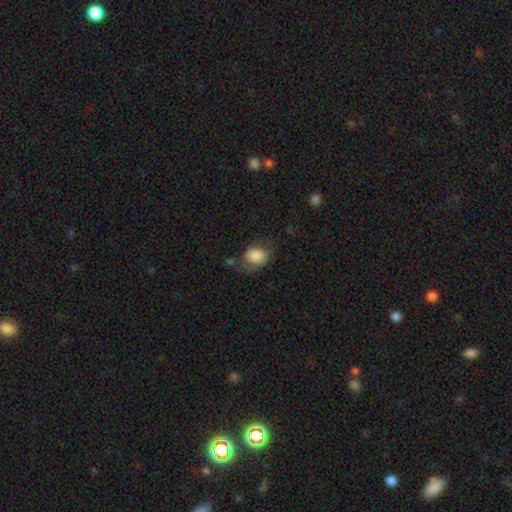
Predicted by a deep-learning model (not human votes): Morphology: type=smooth (71%); roundness=in between (67%); merging=none (45%).